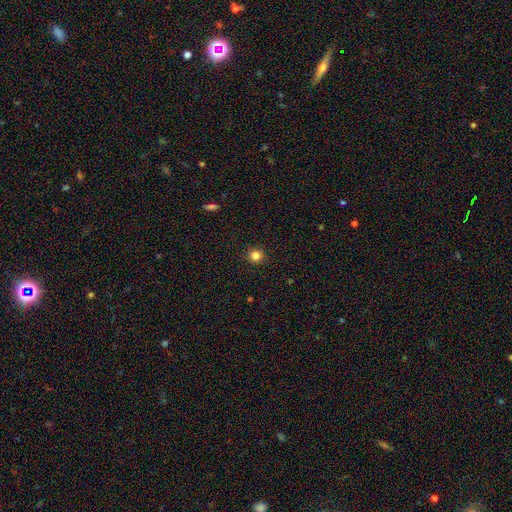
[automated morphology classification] Smooth or featured? Predicted: smooth (p=0.83). How rounded? Predicted: round (p=0.94). Merging? Predicted: none (p=0.93).